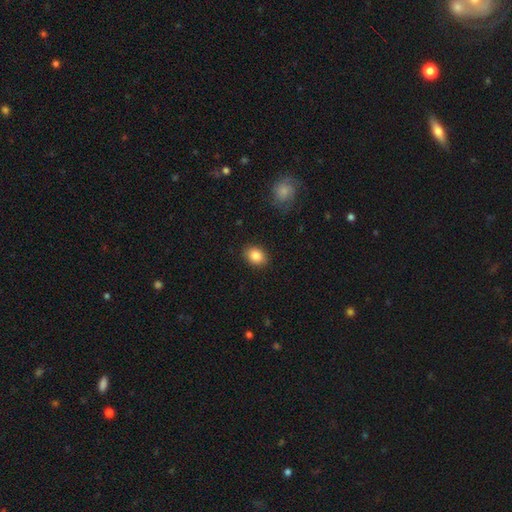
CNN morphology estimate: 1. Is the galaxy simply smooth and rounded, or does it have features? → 86% smooth, 8% star or artifact, 6% featured or disk.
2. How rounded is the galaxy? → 63% in between, 36% round, 1% cigar-shaped.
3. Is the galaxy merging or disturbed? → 88% none, 9% minor disturbance, 2% major disturbance, 1% merger.